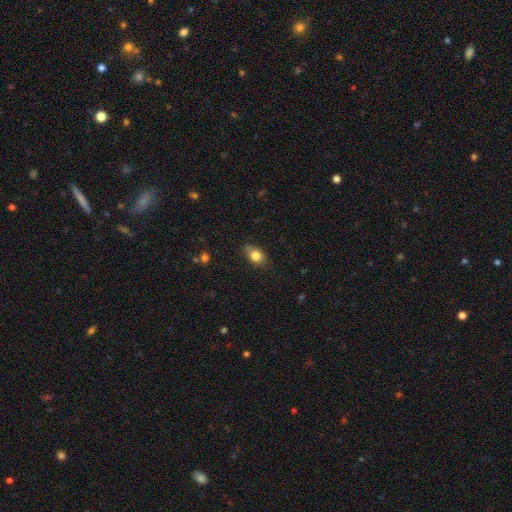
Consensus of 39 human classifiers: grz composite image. It shows a smooth galaxy with no disk features (92%) that is in between round and cigar-shaped (72%). Merging: none (68%).